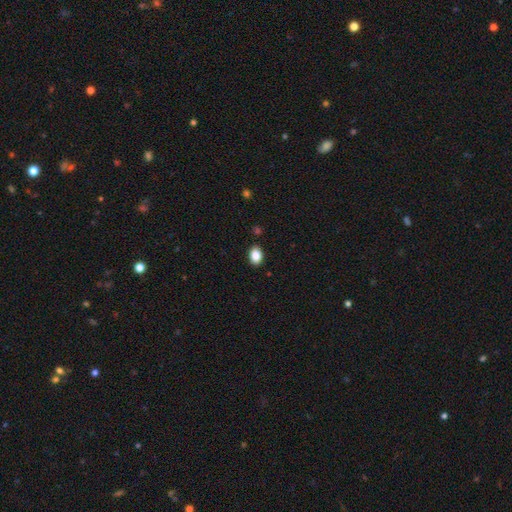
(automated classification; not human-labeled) Smooth or featured? Predicted: smooth (p=0.88). How rounded? Predicted: in between (p=0.78). Merging? Predicted: none (p=0.89).